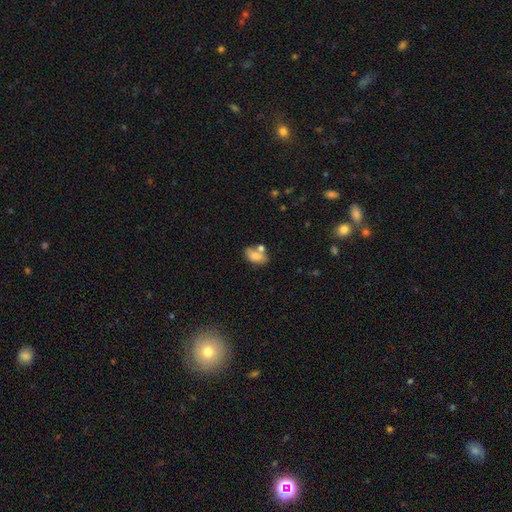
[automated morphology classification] Smooth or featured: smooth — 75% (featured or disk — 16%)
How rounded: in between — 87% (round — 9%)
Merging: none — 46% (merger — 30%)